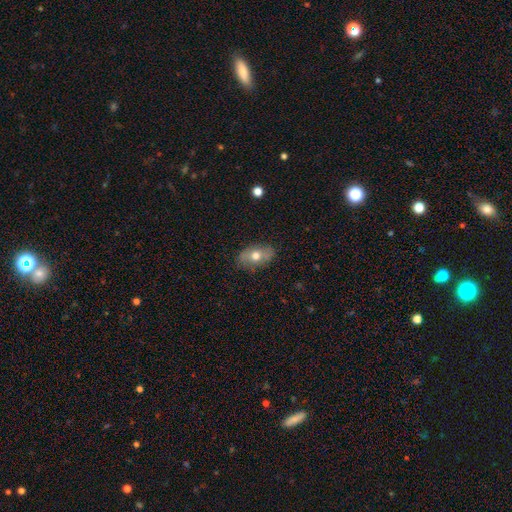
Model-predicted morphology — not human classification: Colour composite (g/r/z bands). It shows a smooth galaxy with no disk features (60%) that is in between round and cigar-shaped (85%). Merging: none (81%).